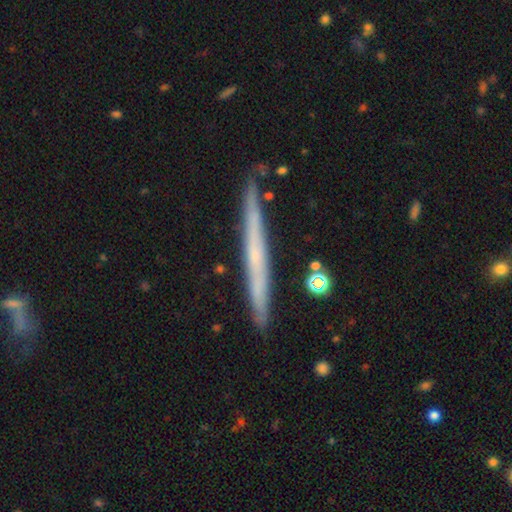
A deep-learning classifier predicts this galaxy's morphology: A featured or disk galaxy (58%) viewed edge-on (95%) with no central bulge (78%).

Vote fractions:
- Smooth or featured? featured or disk: 58% / smooth: 35% / star or artifact: 7%
- Edge-on disk? yes: 95% / no: 5%
- Edge-on bulge? none: 78% / rounded: 19% / boxy: 3%
- Merging? none: 86% / minor disturbance: 10% / merger: 2% / major disturbance: 2%